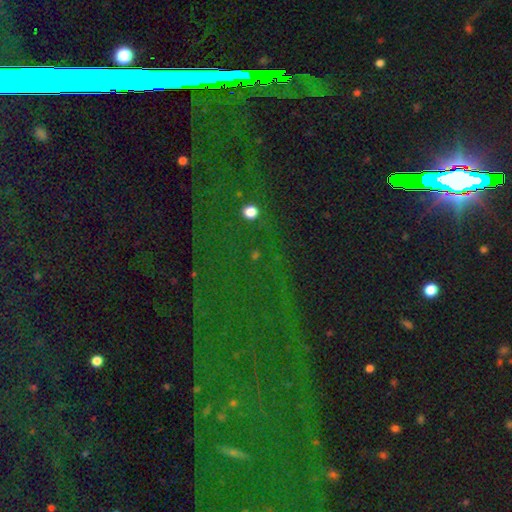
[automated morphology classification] A star or artifact, not a galaxy (83%).